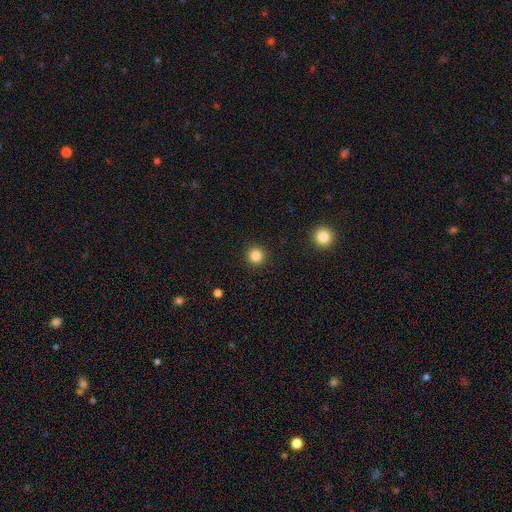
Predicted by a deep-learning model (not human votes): This appears to be a smooth galaxy with no disk features (84%) that is round (95%). Merging: none (92%).